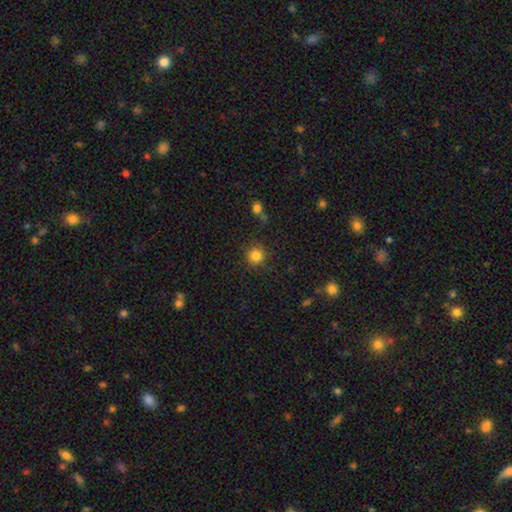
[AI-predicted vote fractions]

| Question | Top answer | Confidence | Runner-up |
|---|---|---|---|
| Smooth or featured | smooth | 84% | star or artifact (12%) |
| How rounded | round | 94% | in between (5%) |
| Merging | none | 88% | minor disturbance (7%) |